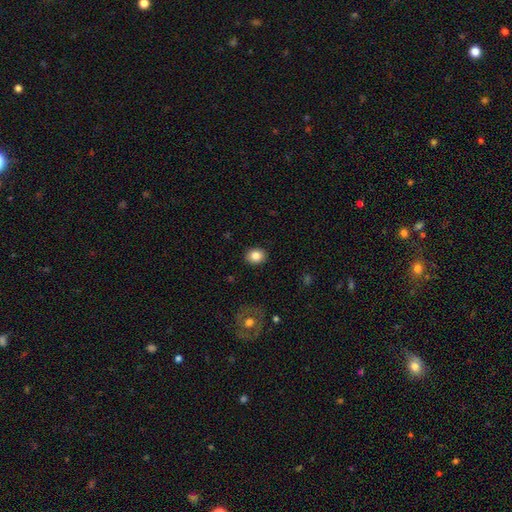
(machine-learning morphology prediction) Smooth or featured? Predicted: smooth (p=0.82). How rounded? Predicted: round (p=0.59). Merging? Predicted: none (p=0.90).